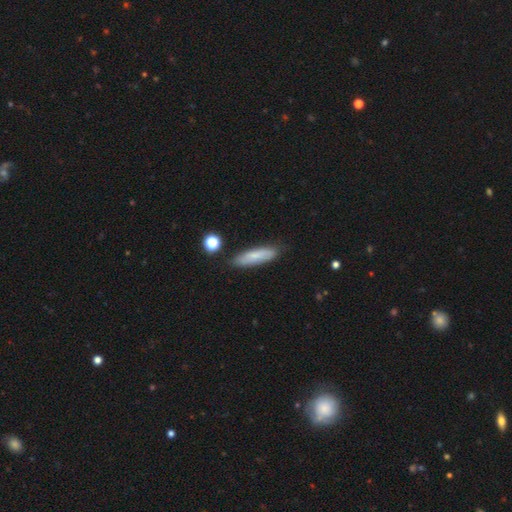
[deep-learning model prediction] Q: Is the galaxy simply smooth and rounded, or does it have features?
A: smooth — 74%.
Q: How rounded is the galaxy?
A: cigar-shaped — 70%.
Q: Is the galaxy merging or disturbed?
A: none — 81%.